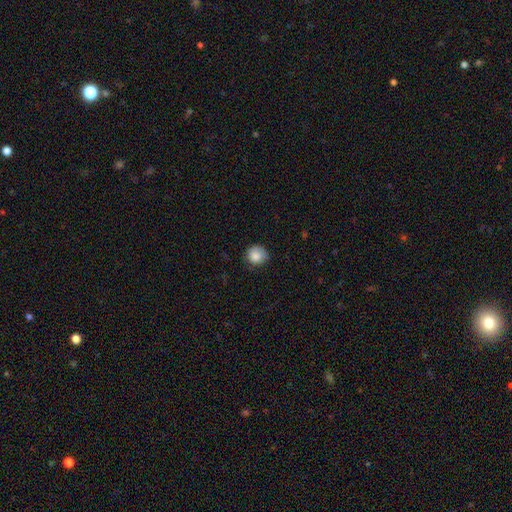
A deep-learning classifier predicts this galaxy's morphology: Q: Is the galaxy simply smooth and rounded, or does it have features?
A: smooth — 85%.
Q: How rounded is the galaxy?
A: round — 88%.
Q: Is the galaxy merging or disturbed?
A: none — 74%.